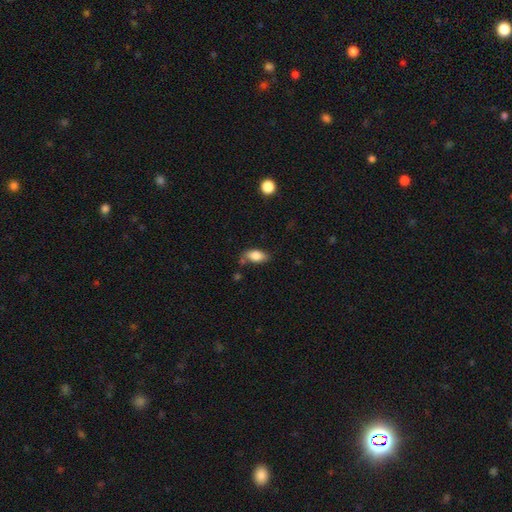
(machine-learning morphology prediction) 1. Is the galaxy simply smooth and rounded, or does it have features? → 83% smooth, 9% featured or disk, 8% star or artifact.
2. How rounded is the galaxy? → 89% in between, 7% cigar-shaped, 4% round.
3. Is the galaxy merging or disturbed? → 71% none, 19% minor disturbance, 6% merger, 4% major disturbance.